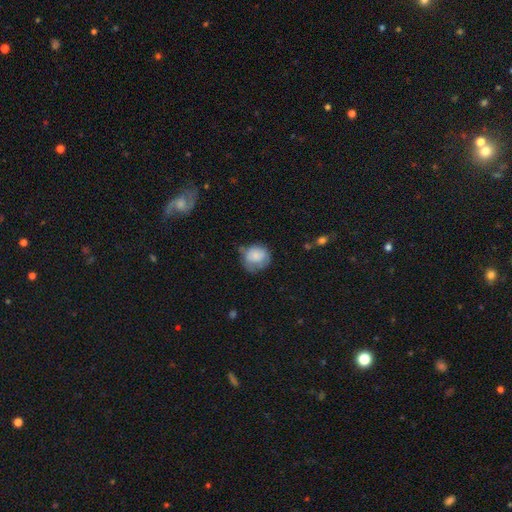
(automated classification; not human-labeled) Smooth or featured? smooth (68%)
How rounded? round (75%)
Merging? none (44%)